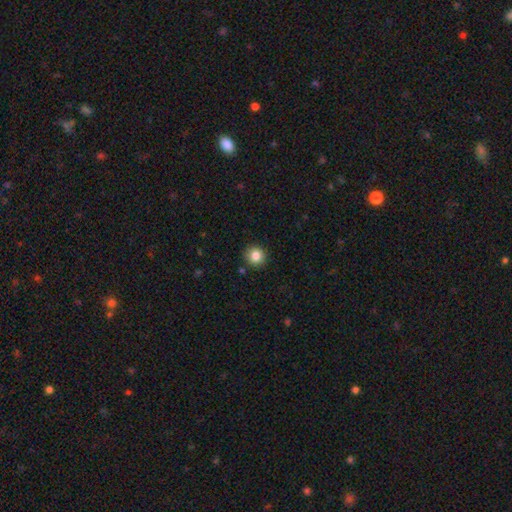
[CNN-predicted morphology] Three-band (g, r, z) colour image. It shows a smooth galaxy with no disk features (84%) that is round (92%). Merging: none (91%).